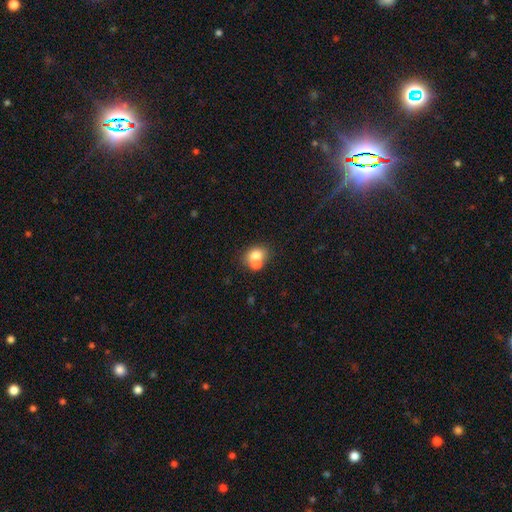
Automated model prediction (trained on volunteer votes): The model was most divided on "how rounded": round: 51%, in between: 48%, cigar-shaped: 1%. Remaining: smooth or featured — smooth (72%); merging — merger (49%).